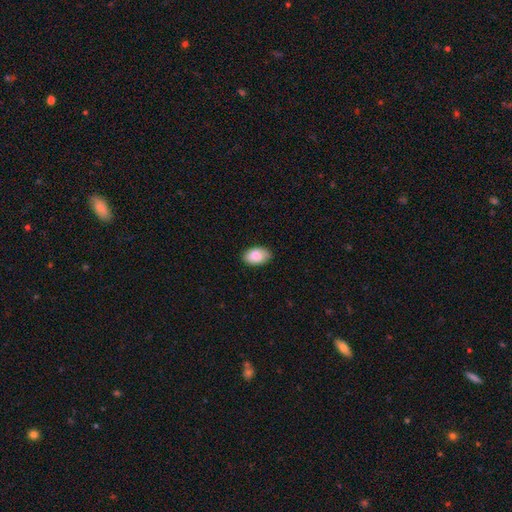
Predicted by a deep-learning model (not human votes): A smooth galaxy with no disk features (87%) that is in between round and cigar-shaped (93%). Merging: none (85%).